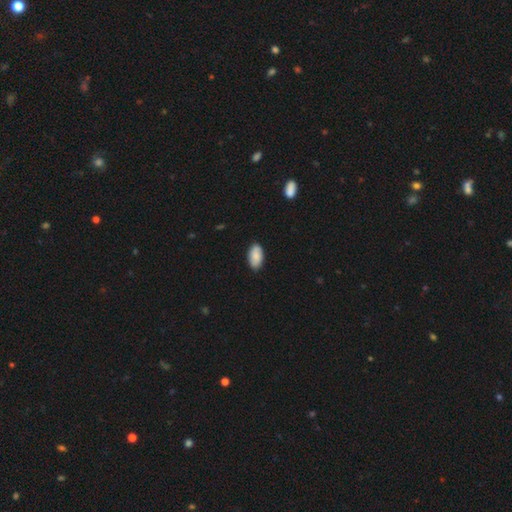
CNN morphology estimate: This is clearly a smooth galaxy (85%). How rounded: clearly in between (95%). Merging: clearly none (87%).